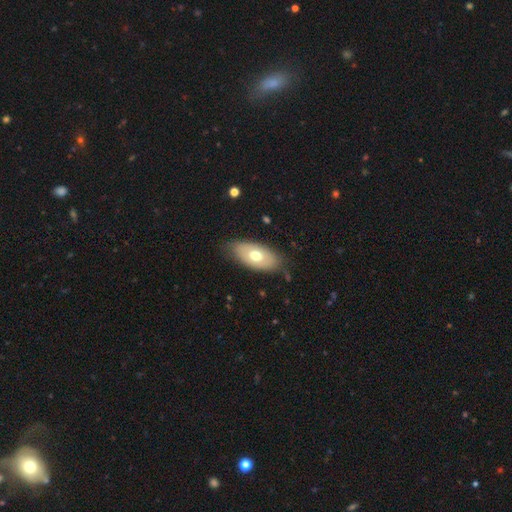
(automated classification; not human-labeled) Overall: smooth (61%; featured or disk 33%). How rounded: in between (92%). Merging: none (78%).